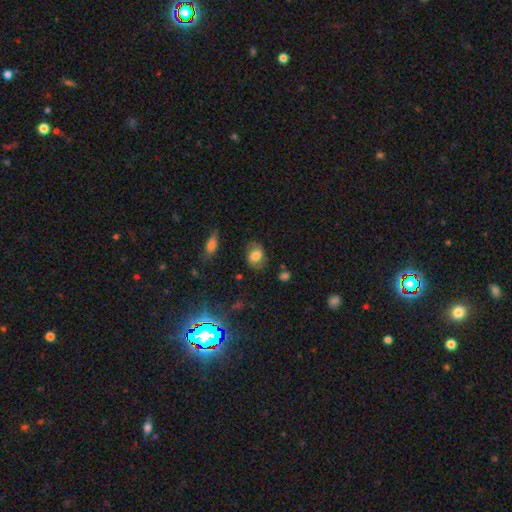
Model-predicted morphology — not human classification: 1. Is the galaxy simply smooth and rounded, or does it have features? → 69% smooth, 20% featured or disk, 11% star or artifact.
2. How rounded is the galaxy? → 64% in between, 35% round, 1% cigar-shaped.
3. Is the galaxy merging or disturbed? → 70% none, 21% minor disturbance, 7% major disturbance, 2% merger.